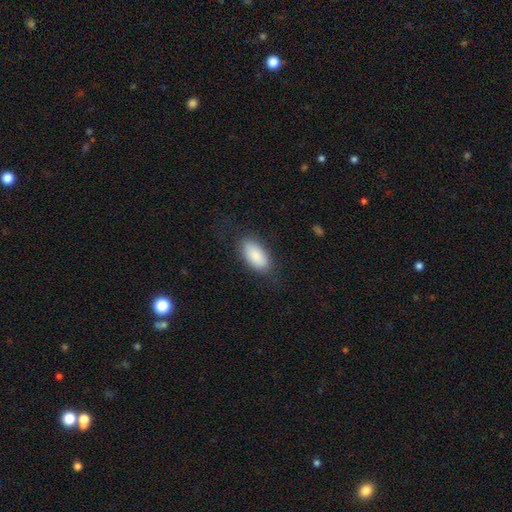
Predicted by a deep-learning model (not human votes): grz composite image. It shows a smooth galaxy with no disk features (87%) that is in between round and cigar-shaped (92%). Merging: none (80%).